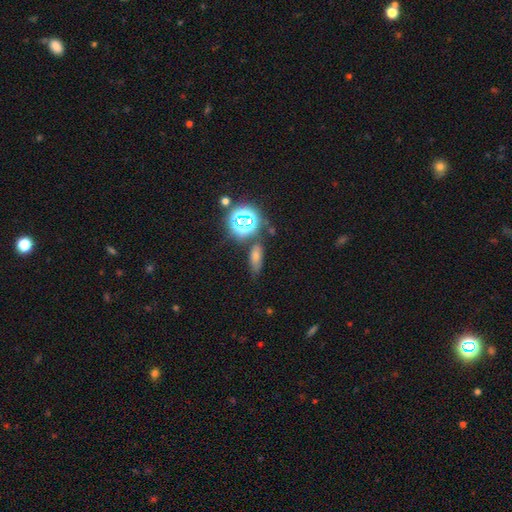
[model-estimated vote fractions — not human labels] This is possibly a smooth galaxy (60%). How rounded: likely in between (69%). Merging: likely none (71%).